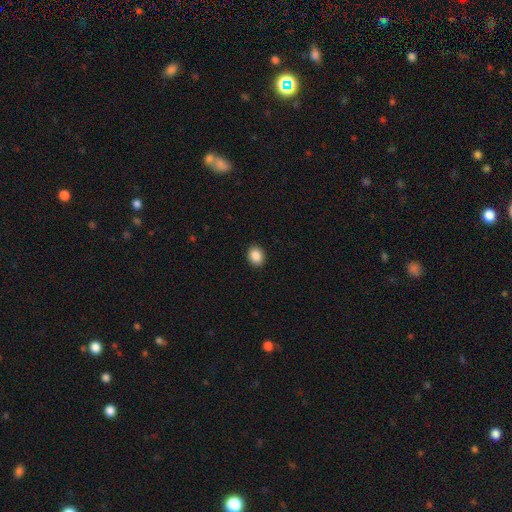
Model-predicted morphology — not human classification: Q: Smooth or featured?
A: smooth (88%); runner-up: star or artifact (8%)
Q: How rounded?
A: round (54%); runner-up: in between (45%)
Q: Merging?
A: none (91%); runner-up: minor disturbance (6%)